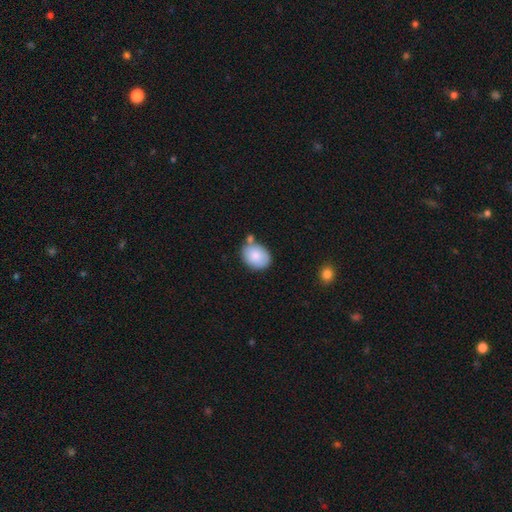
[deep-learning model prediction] This appears to be a smooth galaxy with no disk features (84%) that is in between round and cigar-shaped (69%). Merging: none (66%).